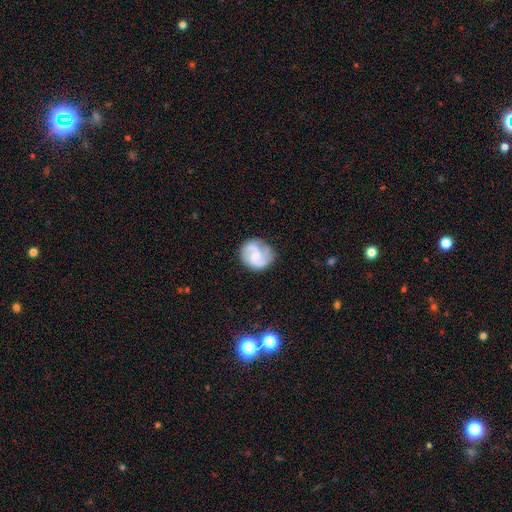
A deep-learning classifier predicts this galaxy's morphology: Smooth or featured: featured or disk — 66% (smooth — 28%)
Edge-on disk: no — 98% (yes — 2%)
Bar: no — 48% (weak — 44%)
Spiral arms: yes — 93% (no — 7%)
Spiral winding: medium — 49% (loose — 28%)
Spiral arm count: 2 — 70% (3 — 12%)
Bulge size: small — 44% (moderate — 31%)
Merging: none — 74% (minor disturbance — 18%)